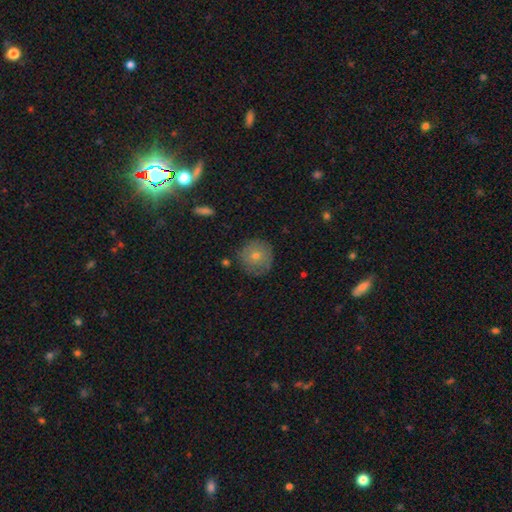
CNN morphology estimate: type=smooth (55%); roundness=round (94%); merging=none (83%).